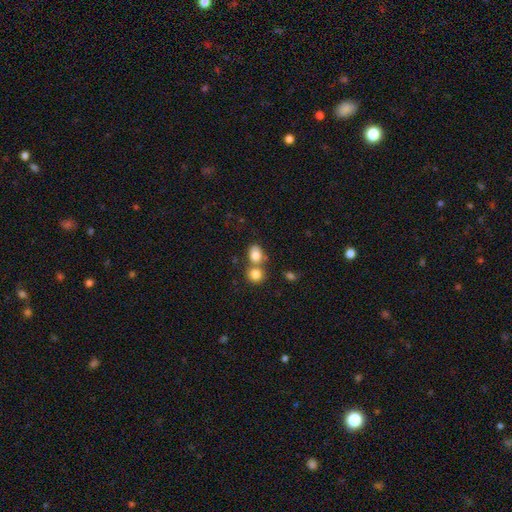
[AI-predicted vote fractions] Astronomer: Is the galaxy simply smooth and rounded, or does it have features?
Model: smooth — 81%.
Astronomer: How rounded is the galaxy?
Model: in between — 57% (runner-up: round, 42%).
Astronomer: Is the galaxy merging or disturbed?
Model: none — 46% (runner-up: merger, 41%).